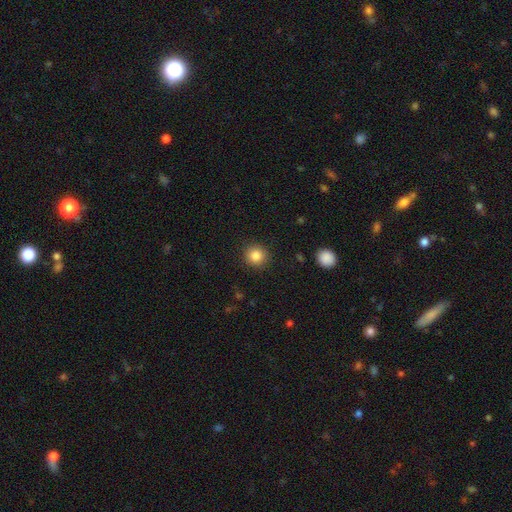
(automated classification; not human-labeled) A smooth galaxy with no disk features (85%) that is round (92%).

Vote fractions:
- Smooth or featured? smooth: 85% / star or artifact: 10% / featured or disk: 5%
- How rounded? round: 92% / in between: 7% / cigar-shaped: 1%
- Merging? none: 90% / minor disturbance: 6% / major disturbance: 2% / merger: 1%